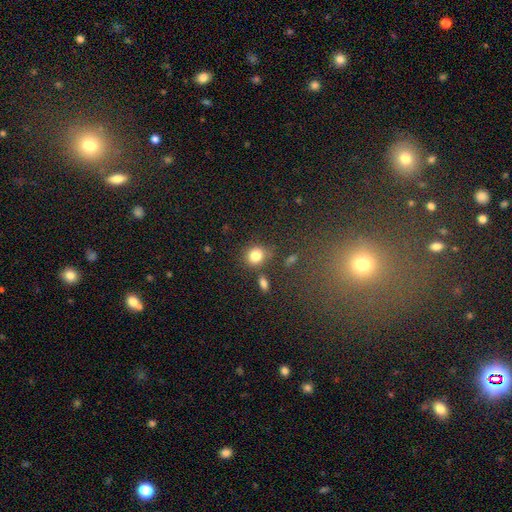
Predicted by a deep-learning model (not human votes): This appears to be a smooth galaxy with no disk features (82%) that is round (74%). Merging: none (71%).